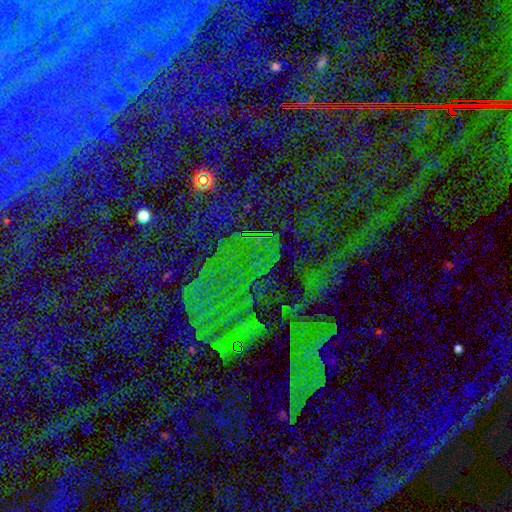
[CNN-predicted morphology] star or artifact 79%, smooth 12%, featured or disk 10%.